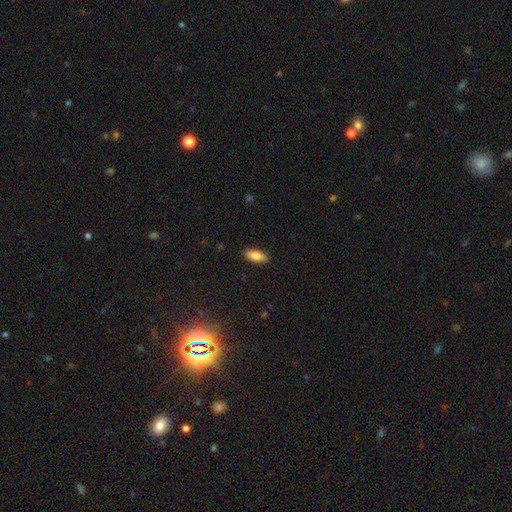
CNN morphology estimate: Overall: smooth (83%). How rounded: in between (83%). Merging: none (89%).